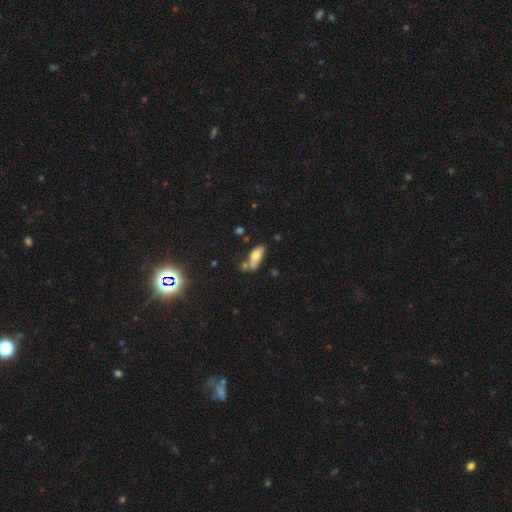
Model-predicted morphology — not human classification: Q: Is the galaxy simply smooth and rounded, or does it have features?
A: smooth — 66%.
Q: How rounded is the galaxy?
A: in between — 80%.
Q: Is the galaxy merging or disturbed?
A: none — 45%.